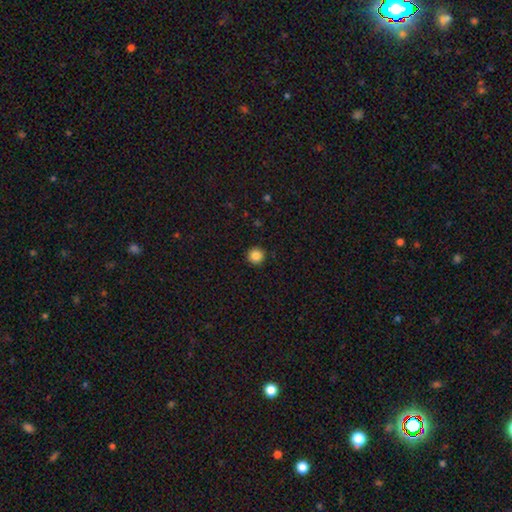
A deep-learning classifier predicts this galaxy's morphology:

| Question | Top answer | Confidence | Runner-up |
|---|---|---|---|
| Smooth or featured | smooth | 86% | star or artifact (10%) |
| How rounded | round | 95% | in between (4%) |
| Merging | none | 92% | minor disturbance (5%) |